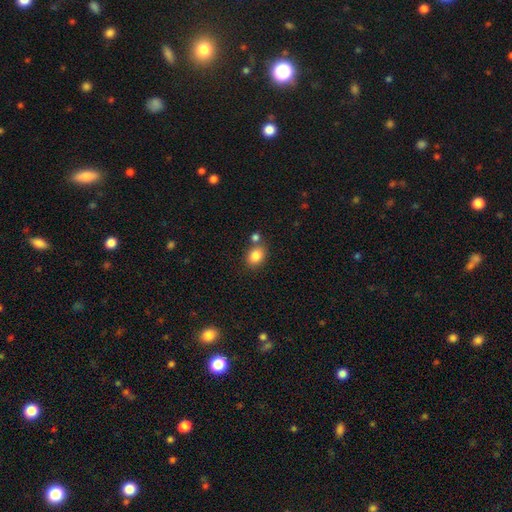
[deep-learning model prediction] The model was most divided on "how rounded": in between: 58%, round: 41%, cigar-shaped: 1%. More confident: smooth or featured — smooth (84%); merging — none (67%).